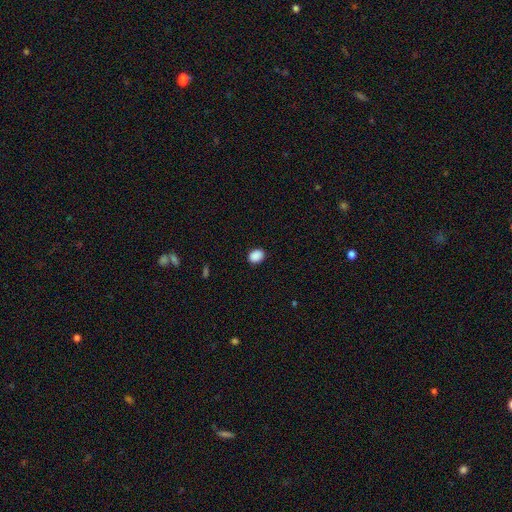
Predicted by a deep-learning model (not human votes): A smooth galaxy with no disk features (89%) that is in between round and cigar-shaped (54%).

Vote fractions:
- Smooth or featured? smooth: 89% / star or artifact: 9% / featured or disk: 2%
- How rounded? in between: 54% / round: 45% / cigar-shaped: 1%
- Merging? none: 89% / minor disturbance: 8% / major disturbance: 2% / merger: 1%